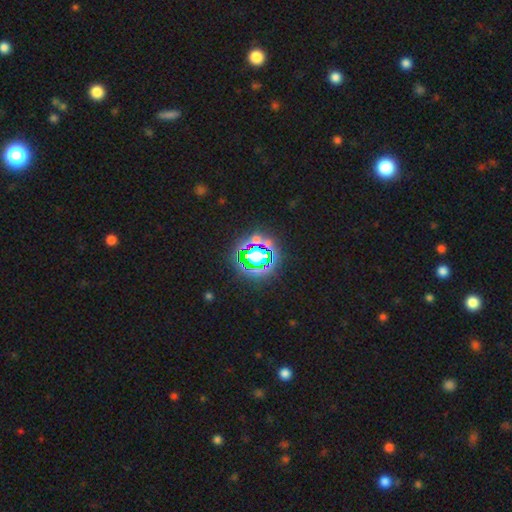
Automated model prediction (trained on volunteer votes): smooth_or_featured: star or artifact (p=0.67) [alt: smooth p=0.20]